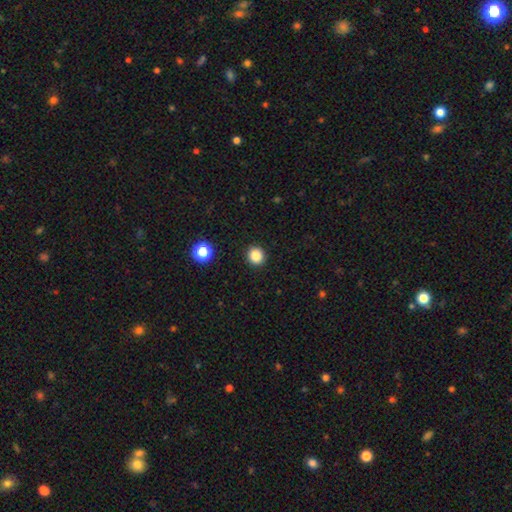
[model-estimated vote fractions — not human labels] Smooth or featured?
  - smooth: 85% *
  - star or artifact: 12%
  - featured or disk: 4%
How rounded?
  - round: 90% *
  - in between: 9%
  - cigar-shaped: 1%
Merging?
  - none: 93% *
  - minor disturbance: 4%
  - major disturbance: 2%
  - merger: 1%